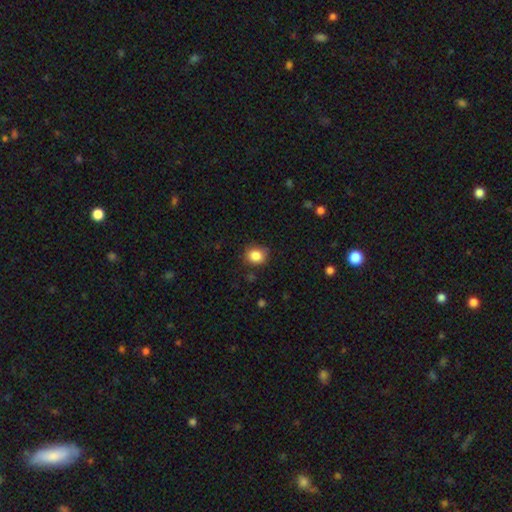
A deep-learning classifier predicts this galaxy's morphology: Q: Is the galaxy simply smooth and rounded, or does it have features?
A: smooth — 86%.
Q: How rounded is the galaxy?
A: round — 70%.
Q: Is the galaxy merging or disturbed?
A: none — 81%.